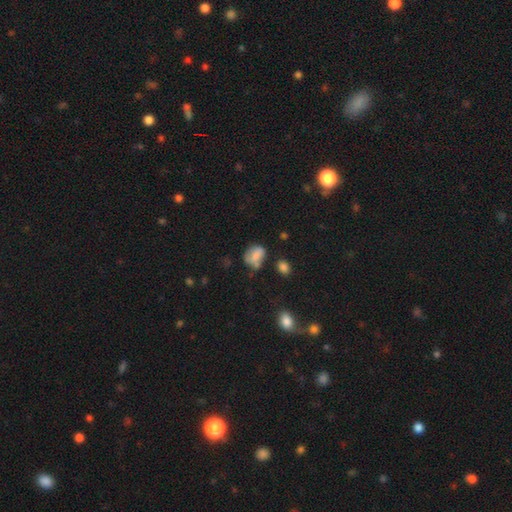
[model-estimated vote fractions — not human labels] Morphology: type=smooth (70%); roundness=in between (56%); merging=none (40%).